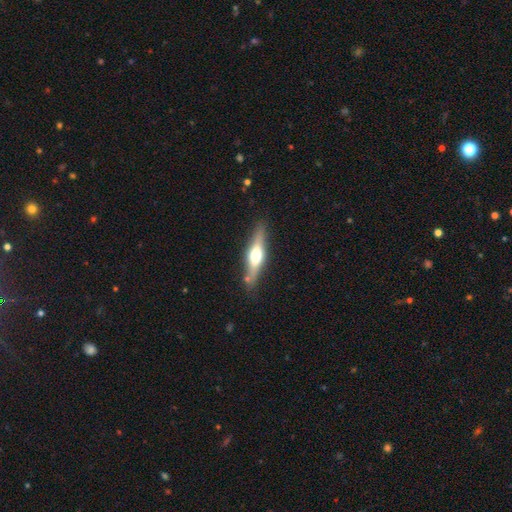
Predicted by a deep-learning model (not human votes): This is likely a featured or disk galaxy (63%). It is clearly viewed edge-on (94%). Edge-on bulge: clearly rounded (93%). Merging: clearly none (81%).